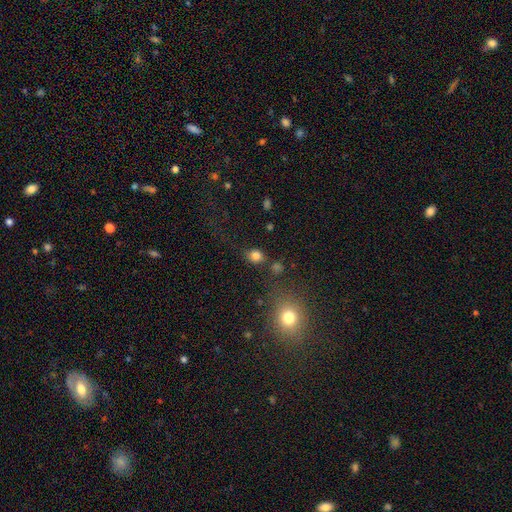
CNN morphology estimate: Q: Smooth or featured?
A: smooth (81%); runner-up: star or artifact (13%)
Q: How rounded?
A: round (67%); runner-up: in between (32%)
Q: Merging?
A: none (73%); runner-up: minor disturbance (13%)